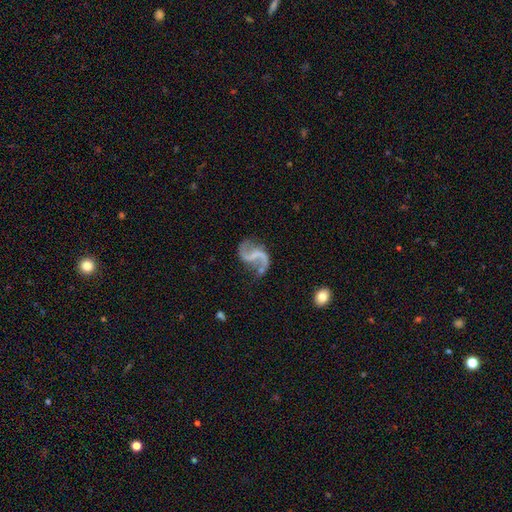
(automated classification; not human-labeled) Smooth or featured?
  - featured or disk: 90% *
  - star or artifact: 5%
  - smooth: 5%
Edge-on disk?
  - no: 98% *
  - yes: 2%
Bar?
  - weak: 42% *
  - no: 34%
  - strong: 24%
Spiral arms?
  - yes: 96% *
  - no: 4%
Spiral winding?
  - loose: 76% *
  - medium: 21%
  - tight: 3%
Spiral arm count?
  - 2: 92% *
  - 1: 4%
  - can't tell: 1%
  - 3: 1%
  - 4: 1%
  - more than 4: 1%
Bulge size?
  - none: 67% *
  - small: 24%
  - moderate: 7%
  - large: 2%
  - dominant: 1%
Merging?
  - none: 68% *
  - minor disturbance: 16%
  - major disturbance: 12%
  - merger: 4%